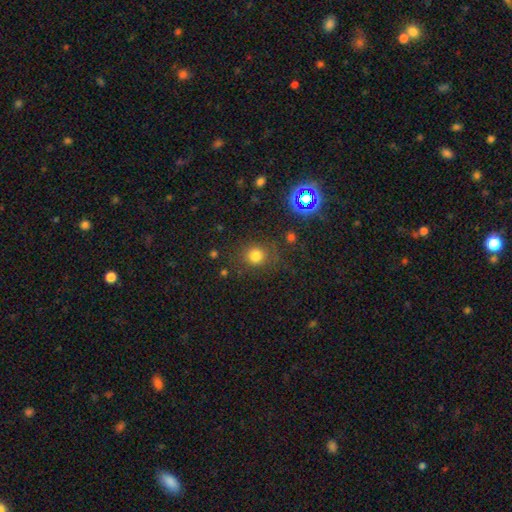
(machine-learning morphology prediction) A smooth galaxy with no disk features (77%) that is round (84%). Merging: none (79%).